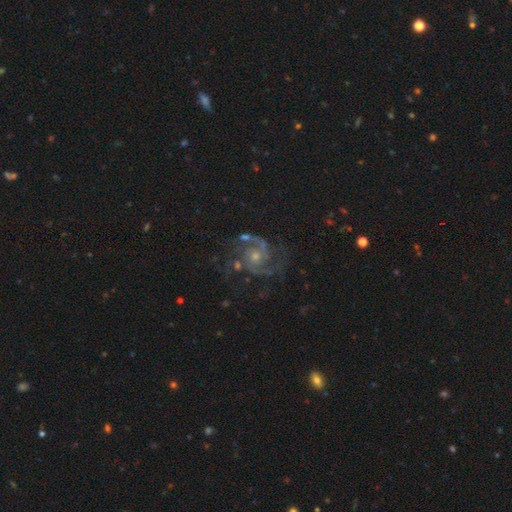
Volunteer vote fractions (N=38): Smooth or featured? featured or disk (100%)
Edge-on disk? no (100%)
Bar? no (68%)
Spiral arms? yes (100%)
Spiral winding? medium (61%)
Spiral arm count? 2 (79%)
Bulge size? small (55%)
Merging? none (66%)